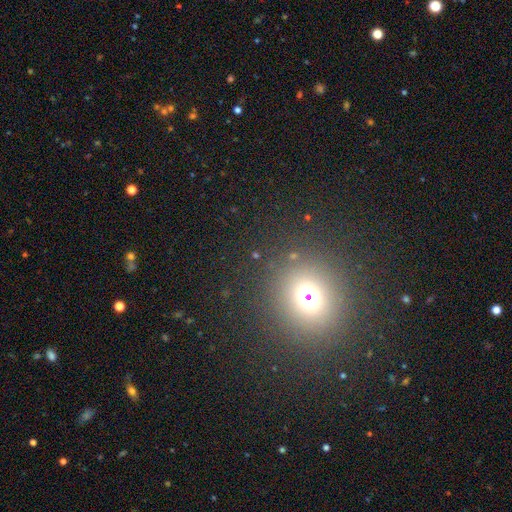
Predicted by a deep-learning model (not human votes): smooth_or_featured: star or artifact (p=0.47) [alt: smooth p=0.43]